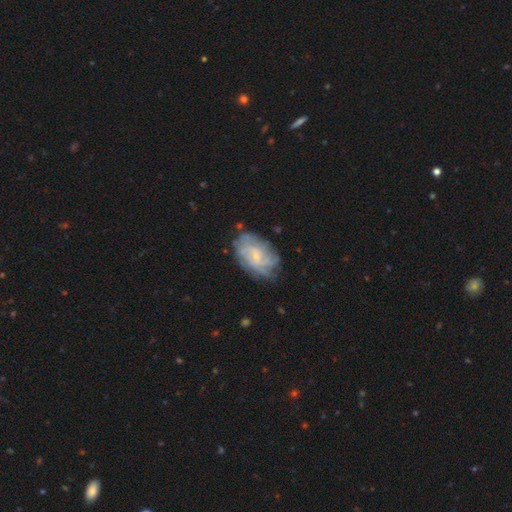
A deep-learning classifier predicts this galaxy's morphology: Smooth or featured?
  - featured or disk: 67% *
  - smooth: 25%
  - star or artifact: 8%
Edge-on disk?
  - no: 97% *
  - yes: 3%
Bar?
  - no: 62% *
  - weak: 33%
  - strong: 5%
Spiral arms?
  - yes: 84% *
  - no: 16%
Spiral winding?
  - tight: 51% *
  - medium: 34%
  - loose: 15%
Spiral arm count?
  - can't tell: 55% *
  - 4: 14%
  - 3: 10%
  - 2: 10%
  - more than 4: 7%
  - 1: 5%
Bulge size?
  - small: 66% *
  - moderate: 20%
  - none: 11%
  - large: 2%
  - dominant: 1%
Merging?
  - none: 68% *
  - minor disturbance: 22%
  - major disturbance: 9%
  - merger: 2%